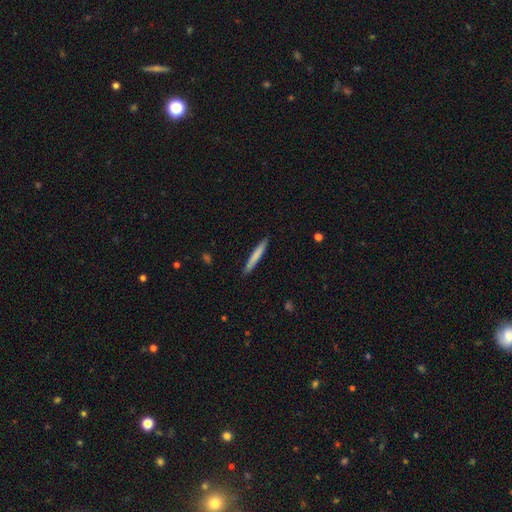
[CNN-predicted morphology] smooth 75%, featured or disk 20%, star or artifact 5%. Down the decision tree: how rounded — cigar-shaped (96%); merging — none (91%).